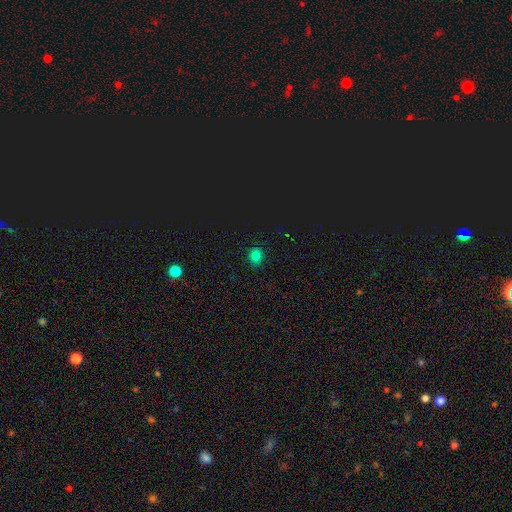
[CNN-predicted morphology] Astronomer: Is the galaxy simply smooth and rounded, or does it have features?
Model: smooth — 75%.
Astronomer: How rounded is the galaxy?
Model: round — 66%.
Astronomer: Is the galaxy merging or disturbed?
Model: none — 85%.